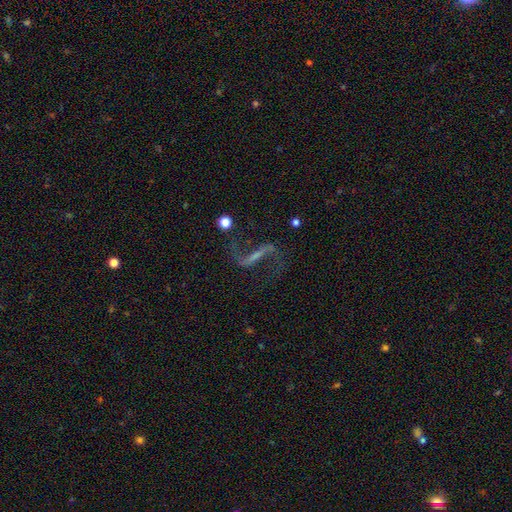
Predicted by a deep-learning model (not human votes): smooth-or-featured: featured or disk: 85% | star or artifact: 8% | smooth: 6%
  disk-edge-on: no: 93% | yes: 7%
    bar: strong: 62% | weak: 26% | no: 12%
    has-spiral-arms: yes: 94% | no: 6%
      spiral-winding: loose: 85% | medium: 12% | tight: 3%
      spiral-arm-count: 2: 93% | 1: 3% | can't tell: 2% | 3: 1% | 4: 1% | more than 4: 1%
    bulge-size: none: 44% | small: 41% | moderate: 12% | large: 2% | dominant: 1%
  merging: none: 73% | major disturbance: 12% | minor disturbance: 12% | merger: 3%